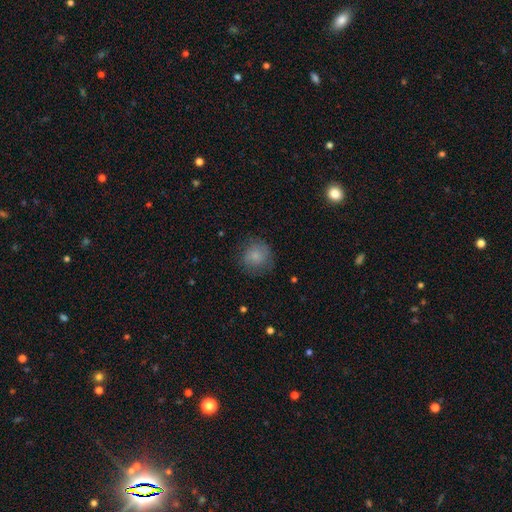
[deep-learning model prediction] smooth_or_featured: smooth (p=0.80) [alt: featured or disk p=0.11]
how_rounded: round (p=0.89) [alt: in between p=0.10]
merging: none (p=0.73) [alt: minor disturbance p=0.18]